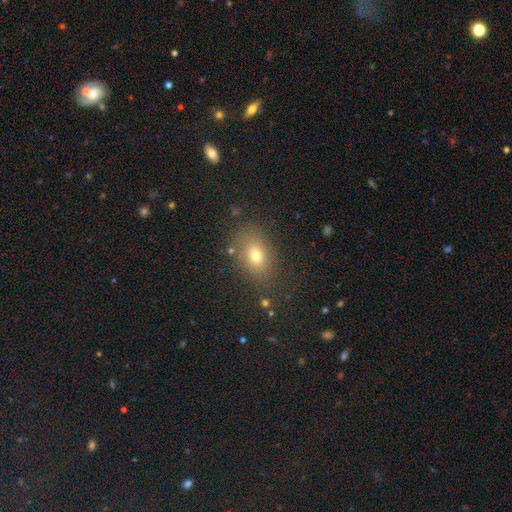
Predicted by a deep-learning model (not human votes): Smooth or featured: smooth — 72% (star or artifact — 15%)
How rounded: in between — 74% (round — 25%)
Merging: none — 80% (minor disturbance — 12%)